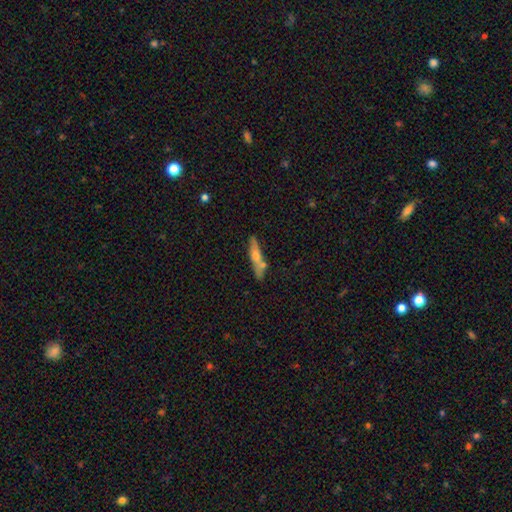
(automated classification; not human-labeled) Q: Smooth or featured?
A: featured or disk (48%); runner-up: smooth (46%)
Q: Merging?
A: none (71%); runner-up: minor disturbance (15%)